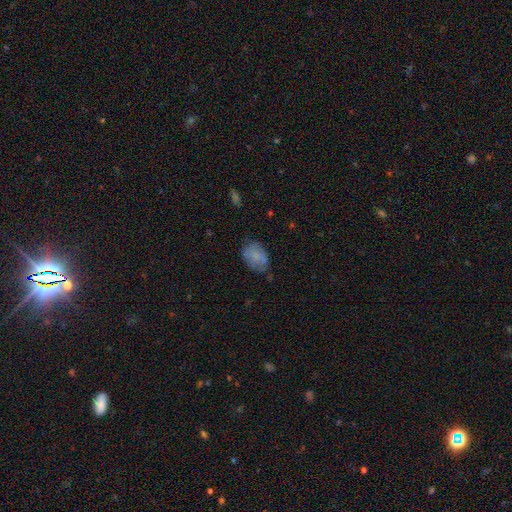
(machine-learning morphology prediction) type=smooth (76%); roundness=in between (79%); merging=none (65%).